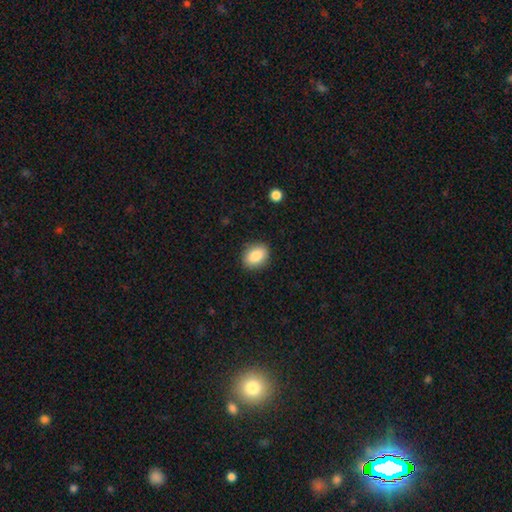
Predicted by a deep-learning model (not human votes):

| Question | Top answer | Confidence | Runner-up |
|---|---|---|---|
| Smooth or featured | smooth | 85% | star or artifact (8%) |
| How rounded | in between | 66% | round (33%) |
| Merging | none | 88% | minor disturbance (9%) |